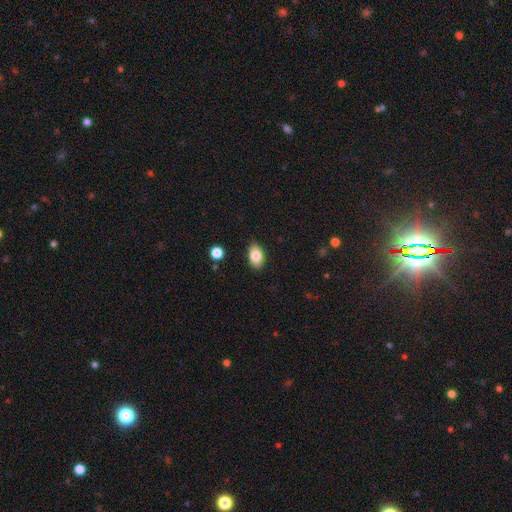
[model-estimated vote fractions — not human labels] smooth_or_featured: smooth (p=0.83) [alt: featured or disk p=0.10]
how_rounded: in between (p=0.88) [alt: round p=0.10]
merging: none (p=0.86) [alt: minor disturbance p=0.10]